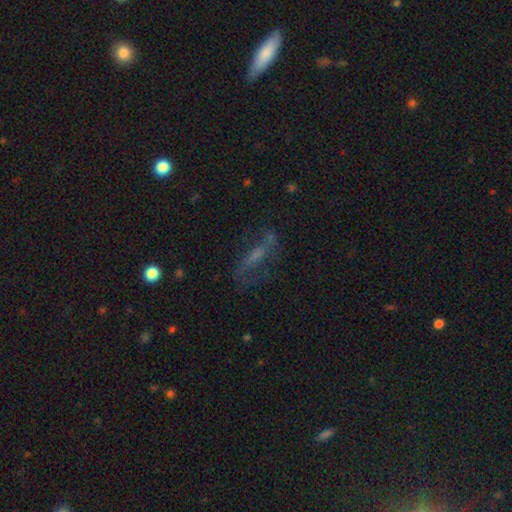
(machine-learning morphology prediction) smooth_or_featured: featured or disk (p=0.50) [alt: smooth p=0.27]
merging: none (p=0.58) [alt: major disturbance p=0.19]